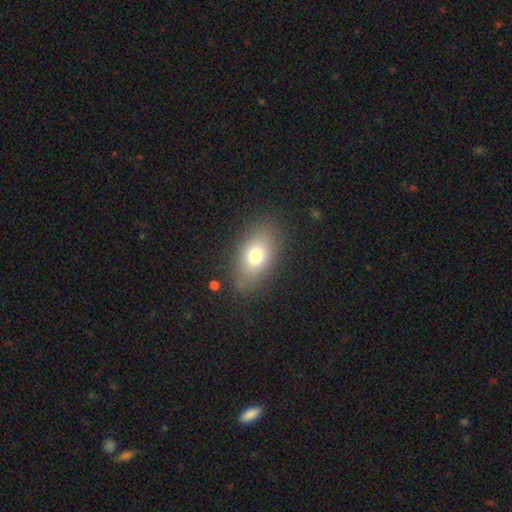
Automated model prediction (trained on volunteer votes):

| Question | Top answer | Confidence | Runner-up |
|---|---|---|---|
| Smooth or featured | smooth | 74% | featured or disk (16%) |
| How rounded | in between | 85% | round (12%) |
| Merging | none | 83% | minor disturbance (11%) |